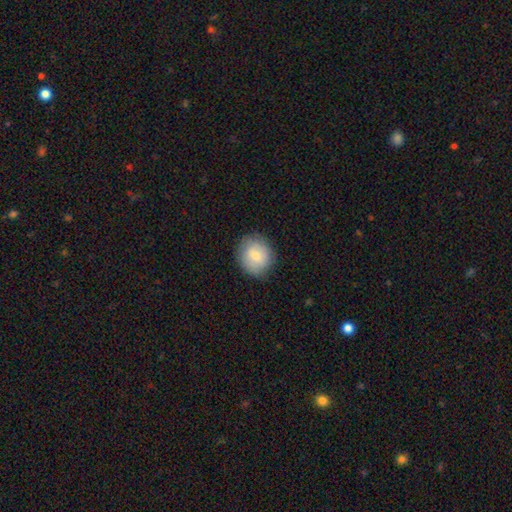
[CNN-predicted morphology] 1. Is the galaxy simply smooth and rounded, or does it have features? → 75% smooth, 18% featured or disk, 7% star or artifact.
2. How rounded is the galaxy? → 79% round, 20% in between, 1% cigar-shaped.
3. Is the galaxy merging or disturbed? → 83% none, 13% minor disturbance, 3% major disturbance, 1% merger.